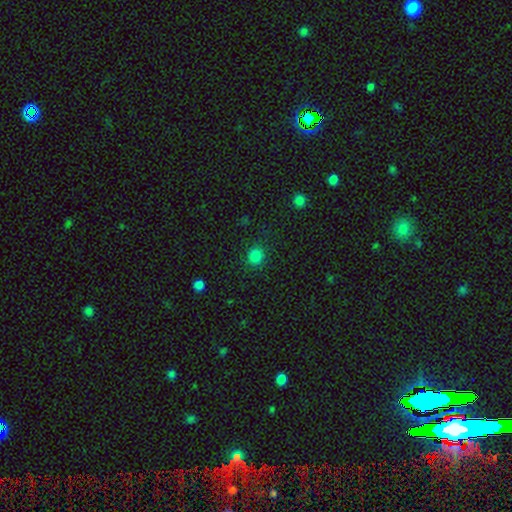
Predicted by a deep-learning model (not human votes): A smooth galaxy with no disk features (83%) that is round (86%).

Vote fractions:
- Smooth or featured? smooth: 83% / star or artifact: 14% / featured or disk: 3%
- How rounded? round: 86% / in between: 13% / cigar-shaped: 1%
- Merging? none: 88% / minor disturbance: 8% / major disturbance: 3% / merger: 1%